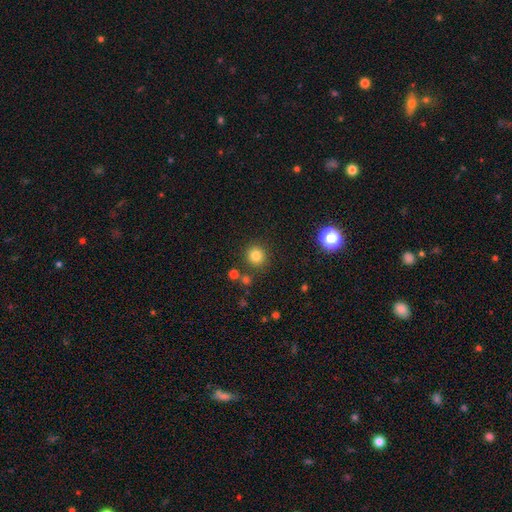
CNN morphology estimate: This is clearly a smooth galaxy (80%). How rounded: clearly round (91%). Merging: clearly none (86%).